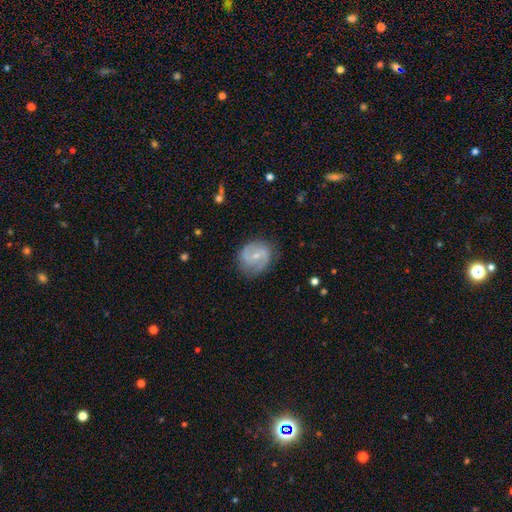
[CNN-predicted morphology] This is likely a featured or disk galaxy (70%). It is clearly not viewed edge-on (97%). Bar: possibly weak (51%). Spiral arm pattern: clearly yes (87%). Spiral arm count: clearly 2 (84%). Spiral winding: possibly medium (49%). Central bulge: likely small (63%). Merging: likely none (78%).